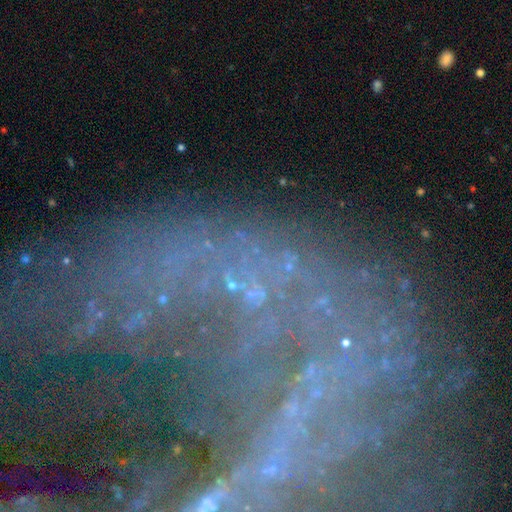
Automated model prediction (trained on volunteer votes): smooth-or-featured: star or artifact: 45% | featured or disk: 39% | smooth: 16%